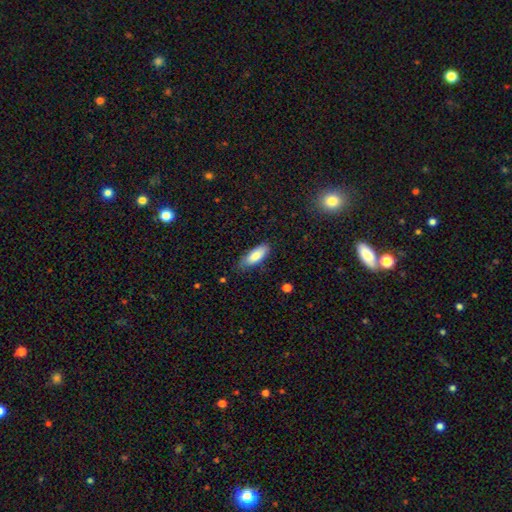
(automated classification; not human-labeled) Smooth or featured?
  - smooth: 82% *
  - featured or disk: 12%
  - star or artifact: 6%
How rounded?
  - in between: 76% *
  - cigar-shaped: 22%
  - round: 2%
Merging?
  - none: 72% *
  - minor disturbance: 23%
  - major disturbance: 4%
  - merger: 1%